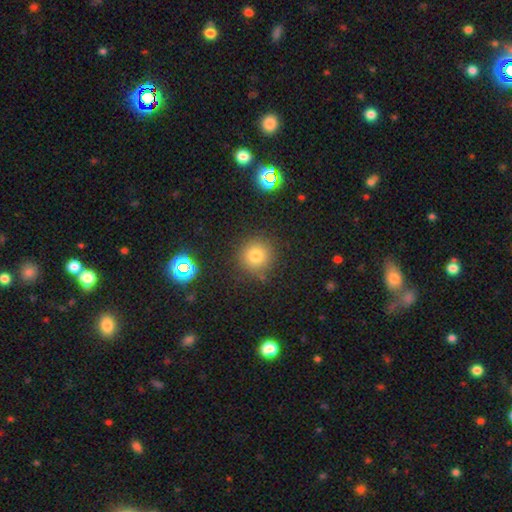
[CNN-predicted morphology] Smooth or featured: smooth — 76% (star or artifact — 16%)
How rounded: round — 94% (in between — 5%)
Merging: none — 84% (minor disturbance — 10%)